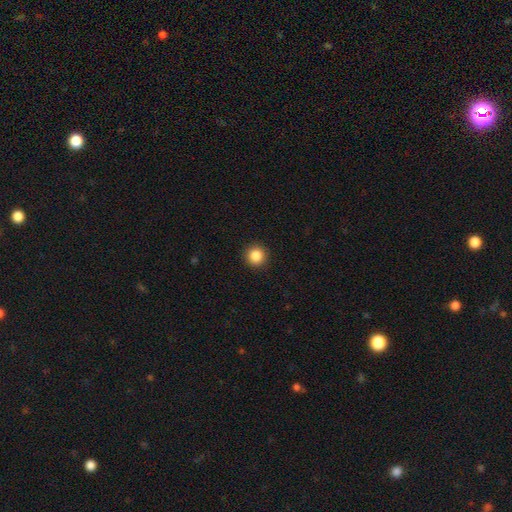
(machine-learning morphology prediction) A smooth galaxy with no disk features (86%) that is round (94%).

Vote fractions:
- Smooth or featured? smooth: 86% / star or artifact: 10% / featured or disk: 4%
- How rounded? round: 94% / in between: 5% / cigar-shaped: 1%
- Merging? none: 92% / minor disturbance: 5% / major disturbance: 2% / merger: 1%